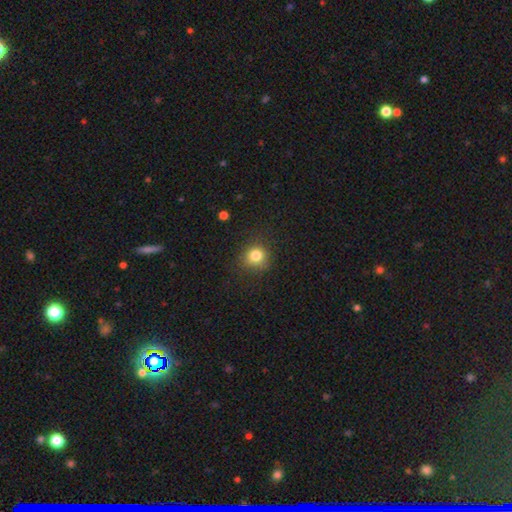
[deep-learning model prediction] A smooth galaxy with no disk features (81%) that is round (85%). Merging: none (82%).